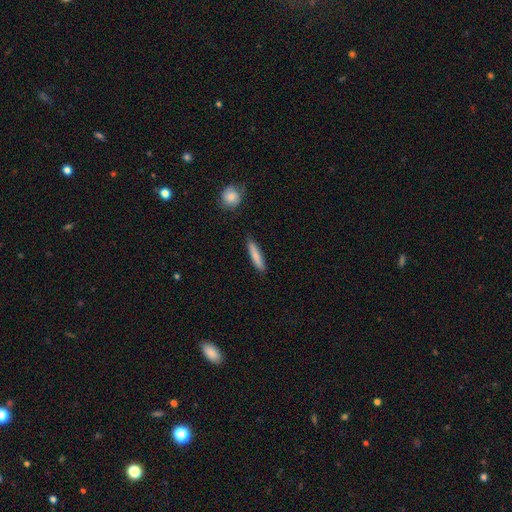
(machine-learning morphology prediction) Overall: smooth (80%). How rounded: cigar-shaped (88%). Merging: none (86%).